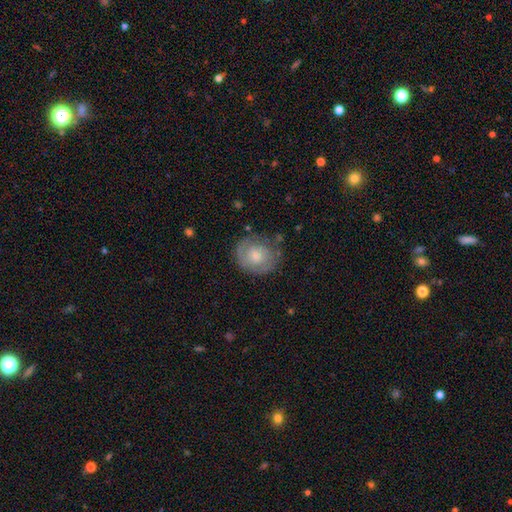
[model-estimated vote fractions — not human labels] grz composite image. It shows a smooth galaxy with no disk features (47%). Merging: none (72%).